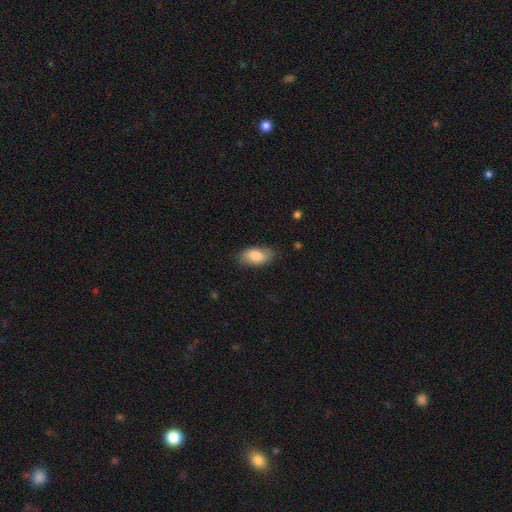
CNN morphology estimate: Smooth or featured? Predicted: smooth (p=0.82). How rounded? Predicted: in between (p=0.93). Merging? Predicted: none (p=0.80).